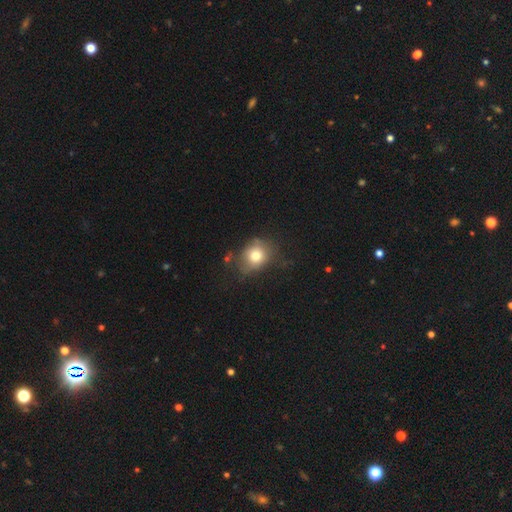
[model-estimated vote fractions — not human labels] This appears to be a smooth galaxy with no disk features (74%) that is round (65%). Merging: none (59%).